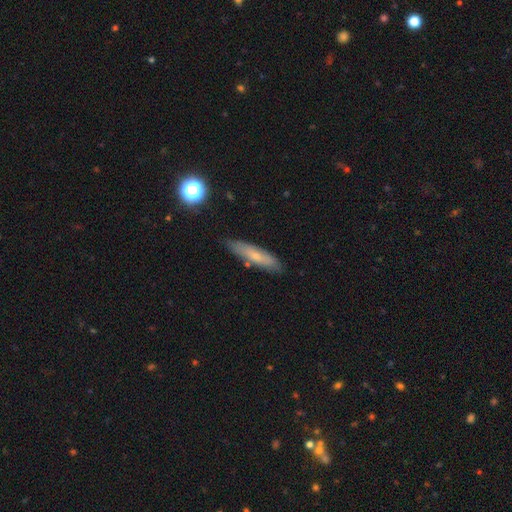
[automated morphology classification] Q: Smooth or featured?
A: smooth (60%); runner-up: featured or disk (32%)
Q: How rounded?
A: cigar-shaped (77%); runner-up: in between (20%)
Q: Merging?
A: none (80%); runner-up: minor disturbance (15%)